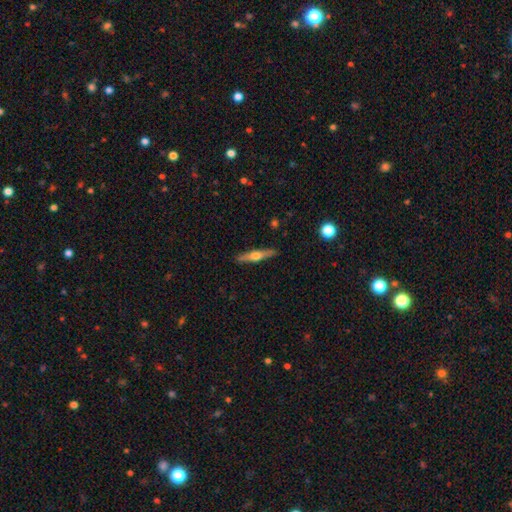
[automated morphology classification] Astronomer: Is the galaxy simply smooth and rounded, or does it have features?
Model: featured or disk — 60%.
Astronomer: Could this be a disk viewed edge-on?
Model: yes — 96%.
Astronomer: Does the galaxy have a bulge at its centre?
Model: rounded — 92%.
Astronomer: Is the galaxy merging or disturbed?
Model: none — 90%.